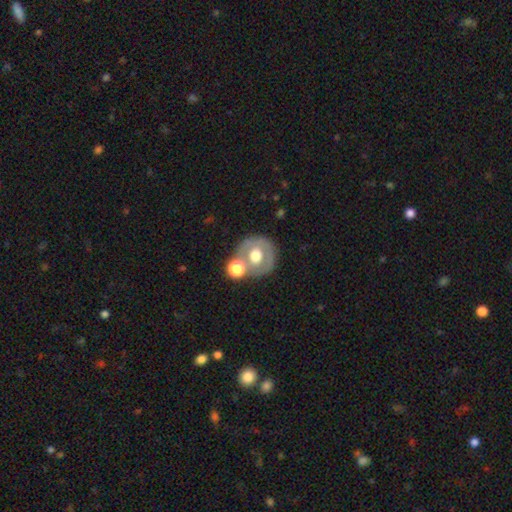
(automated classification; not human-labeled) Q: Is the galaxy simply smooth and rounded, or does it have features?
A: featured or disk — 46%.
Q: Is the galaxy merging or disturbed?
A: none — 62%.